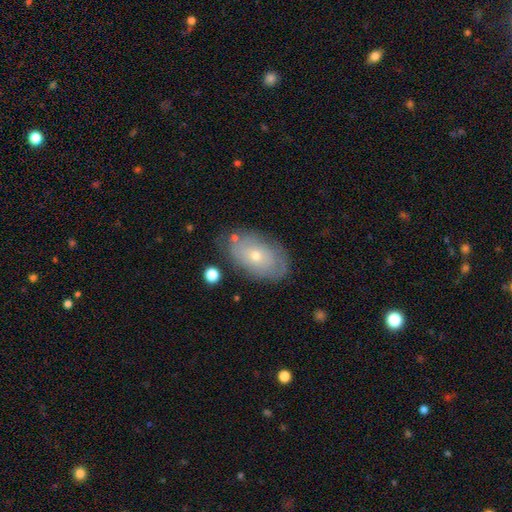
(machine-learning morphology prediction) smooth_or_featured: smooth (p=0.47) [alt: featured or disk p=0.44]
merging: none (p=0.74) [alt: minor disturbance p=0.18]